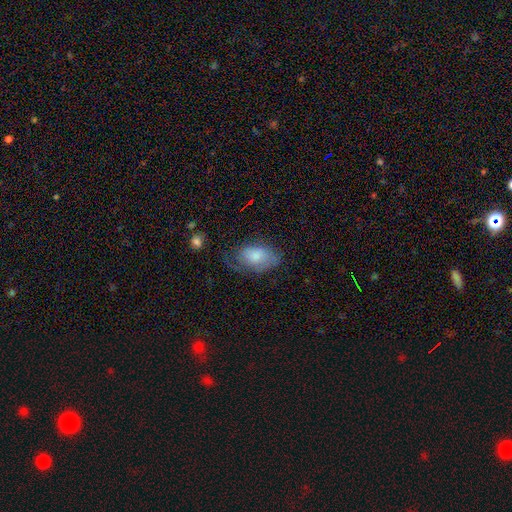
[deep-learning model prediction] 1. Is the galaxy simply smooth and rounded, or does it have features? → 61% smooth, 31% featured or disk, 8% star or artifact.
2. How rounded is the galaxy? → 90% in between, 8% round, 2% cigar-shaped.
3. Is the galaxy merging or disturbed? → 50% none, 29% minor disturbance, 19% major disturbance, 2% merger.